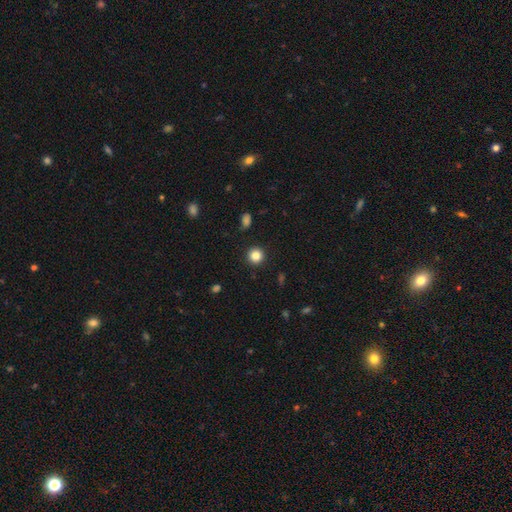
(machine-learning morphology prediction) Smooth or featured? Predicted: smooth (p=0.84). How rounded? Predicted: round (p=0.94). Merging? Predicted: none (p=0.92).